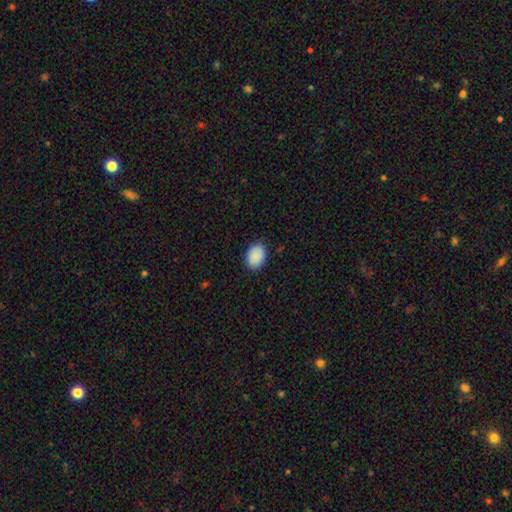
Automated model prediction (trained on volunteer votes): Smooth or featured?
  - smooth: 91% *
  - star or artifact: 7%
  - featured or disk: 3%
How rounded?
  - in between: 76% *
  - round: 23%
  - cigar-shaped: 1%
Merging?
  - none: 88% *
  - minor disturbance: 9%
  - major disturbance: 2%
  - merger: 1%